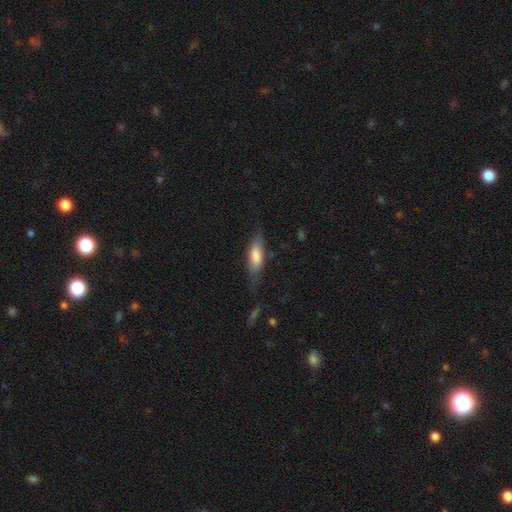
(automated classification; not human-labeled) Smooth or featured?
  - smooth: 67% *
  - featured or disk: 27%
  - star or artifact: 6%
How rounded?
  - in between: 53% *
  - cigar-shaped: 44%
  - round: 2%
Merging?
  - none: 60% *
  - minor disturbance: 27%
  - major disturbance: 10%
  - merger: 3%